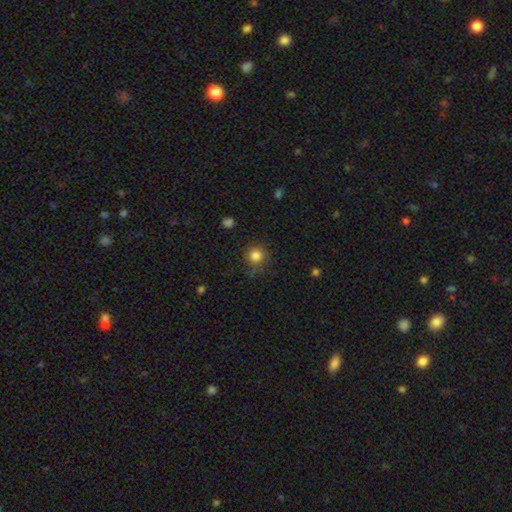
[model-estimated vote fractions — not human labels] Smooth or featured: smooth — 83% (star or artifact — 11%)
How rounded: round — 93% (in between — 6%)
Merging: none — 76% (minor disturbance — 16%)